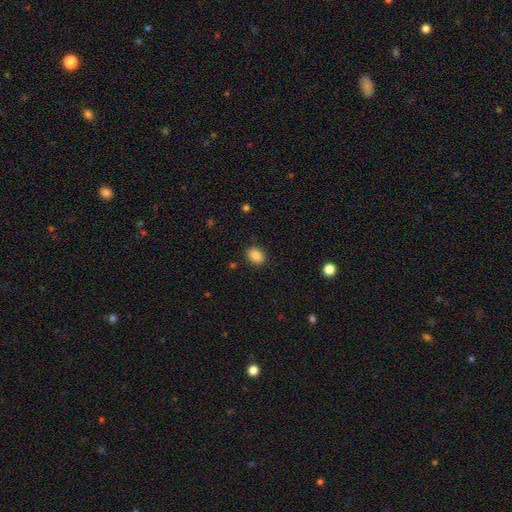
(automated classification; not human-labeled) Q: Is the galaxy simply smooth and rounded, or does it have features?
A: smooth — 87%.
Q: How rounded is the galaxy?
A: in between — 70%.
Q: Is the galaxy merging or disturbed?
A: none — 88%.